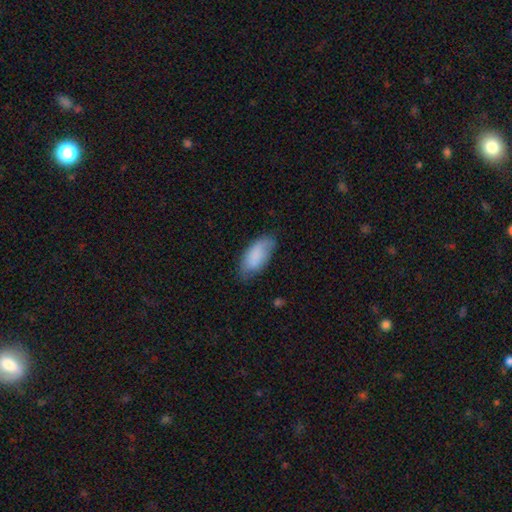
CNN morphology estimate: Smooth or featured? Predicted: smooth (p=0.82). How rounded? Predicted: in between (p=0.92). Merging? Predicted: none (p=0.64).